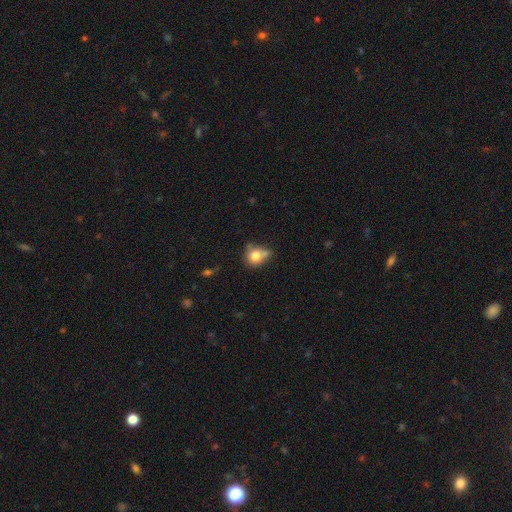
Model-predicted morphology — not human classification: Overall: smooth (76%). How rounded: round (70%). Merging: none (45%; merger 25%).